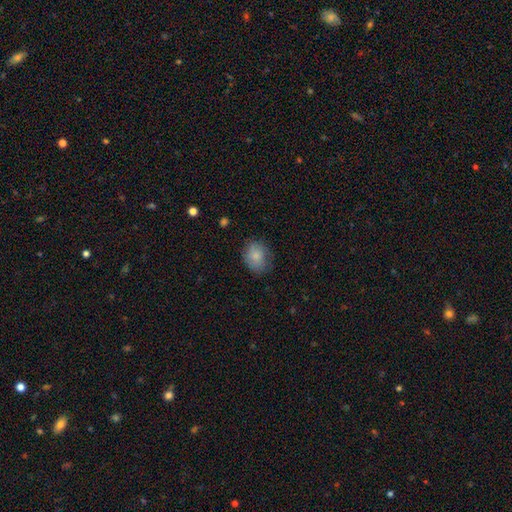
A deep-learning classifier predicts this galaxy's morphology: type=smooth (83%); roundness=round (53%); merging=none (74%).